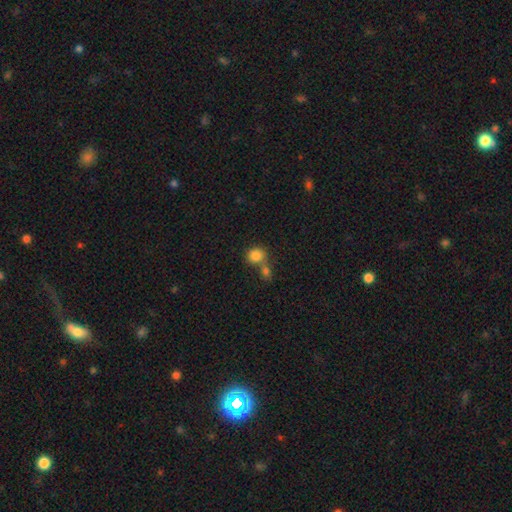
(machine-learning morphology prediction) Smooth or featured: smooth — 83% (star or artifact — 10%)
How rounded: round — 76% (in between — 23%)
Merging: merger — 47% (none — 41%)